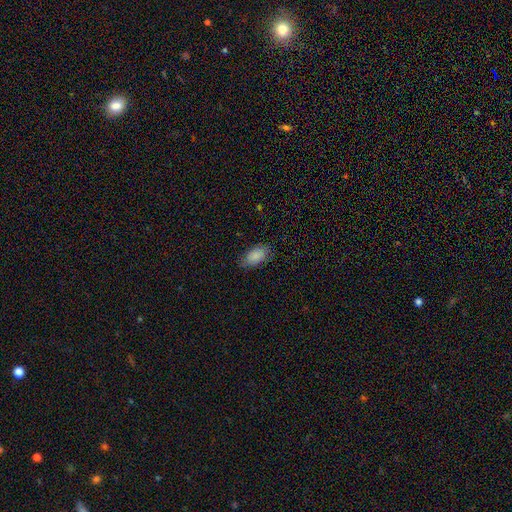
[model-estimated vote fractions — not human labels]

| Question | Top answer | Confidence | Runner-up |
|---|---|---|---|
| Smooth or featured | smooth | 85% | featured or disk (9%) |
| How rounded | in between | 94% | round (3%) |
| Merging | none | 78% | minor disturbance (17%) |